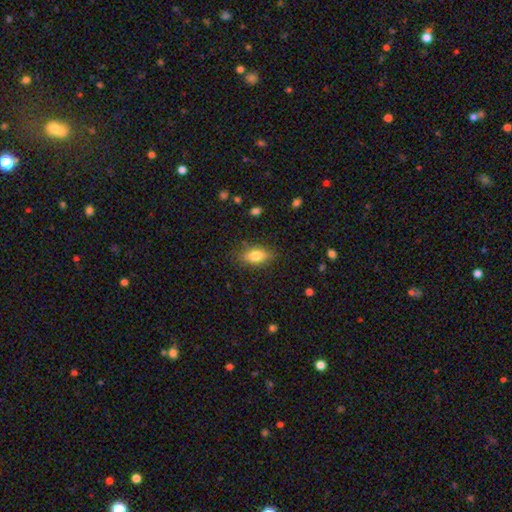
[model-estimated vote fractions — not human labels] This appears to be a smooth galaxy with no disk features (76%) that is in between round and cigar-shaped (83%). Merging: none (82%).